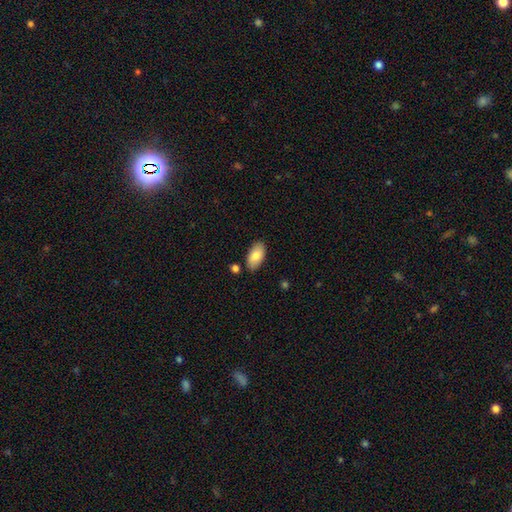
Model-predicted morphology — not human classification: Smooth or featured?
  - smooth: 81% *
  - featured or disk: 12%
  - star or artifact: 6%
How rounded?
  - in between: 95% *
  - round: 3%
  - cigar-shaped: 2%
Merging?
  - none: 84% *
  - minor disturbance: 11%
  - merger: 3%
  - major disturbance: 2%